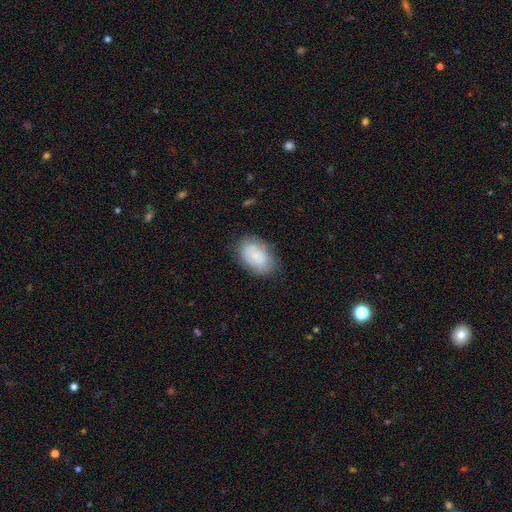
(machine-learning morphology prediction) Q: Smooth or featured?
A: smooth (71%); runner-up: featured or disk (21%)
Q: How rounded?
A: in between (88%); runner-up: round (11%)
Q: Merging?
A: none (71%); runner-up: minor disturbance (21%)